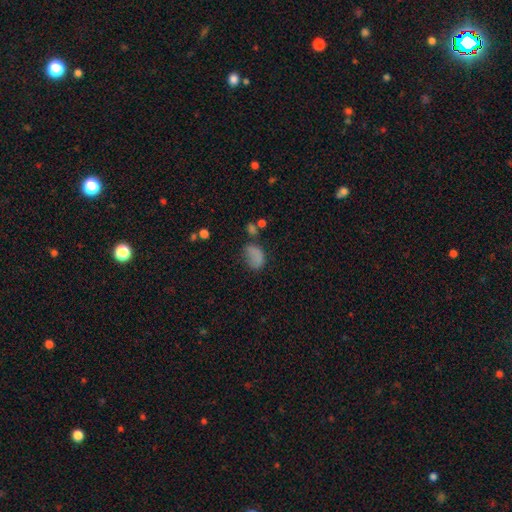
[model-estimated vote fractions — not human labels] A smooth galaxy with no disk features (74%) that is in between round and cigar-shaped (84%). Merging: none (41%).